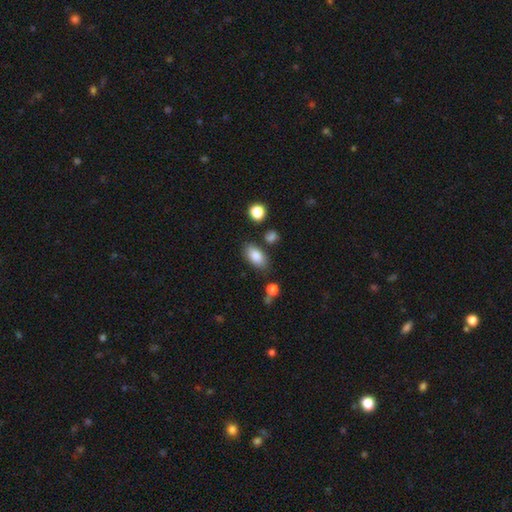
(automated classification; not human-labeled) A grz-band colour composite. It shows a smooth galaxy with no disk features (84%) that is in between round and cigar-shaped (91%). Merging: none (80%).